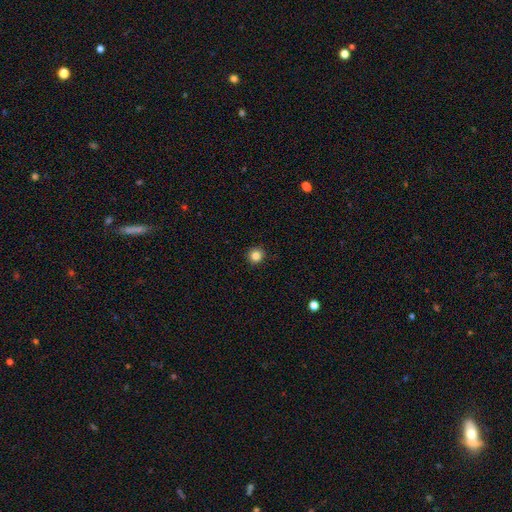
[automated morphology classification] smooth 84%, star or artifact 11%, featured or disk 4%. Down the decision tree: how rounded — round (95%); merging — none (93%).